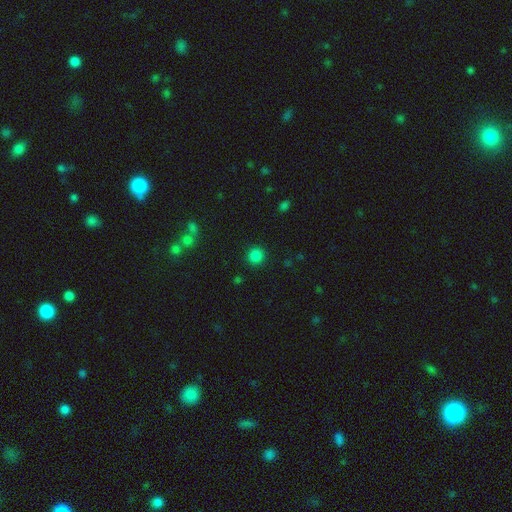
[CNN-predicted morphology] smooth 83%, star or artifact 13%, featured or disk 4%. Down the decision tree: how rounded — round (93%); merging — none (91%).